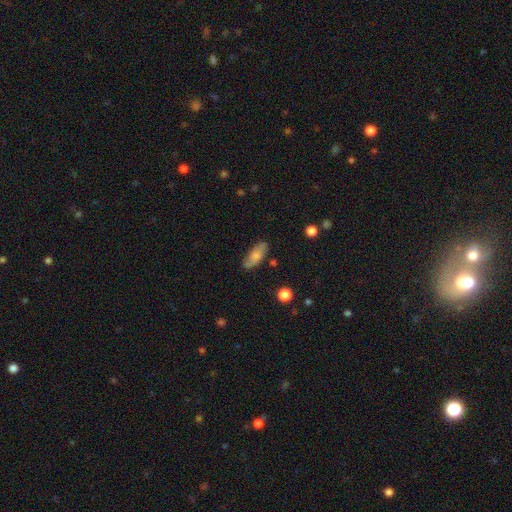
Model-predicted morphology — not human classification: type=smooth (66%); roundness=in between (77%); merging=none (74%).